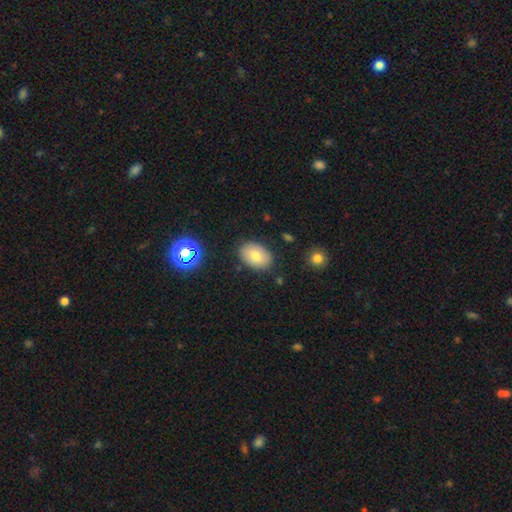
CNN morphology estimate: A smooth galaxy with no disk features (75%) that is in between round and cigar-shaped (84%).

Vote fractions:
- Smooth or featured? smooth: 75% / featured or disk: 15% / star or artifact: 10%
- How rounded? in between: 84% / round: 15% / cigar-shaped: 1%
- Merging? none: 85% / minor disturbance: 10% / major disturbance: 2% / merger: 2%